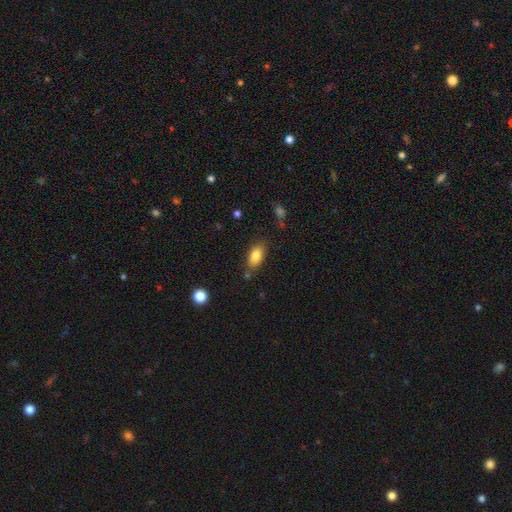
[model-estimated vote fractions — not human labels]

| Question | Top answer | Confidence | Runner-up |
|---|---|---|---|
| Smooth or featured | smooth | 84% | featured or disk (8%) |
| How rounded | in between | 89% | cigar-shaped (6%) |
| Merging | none | 76% | minor disturbance (15%) |